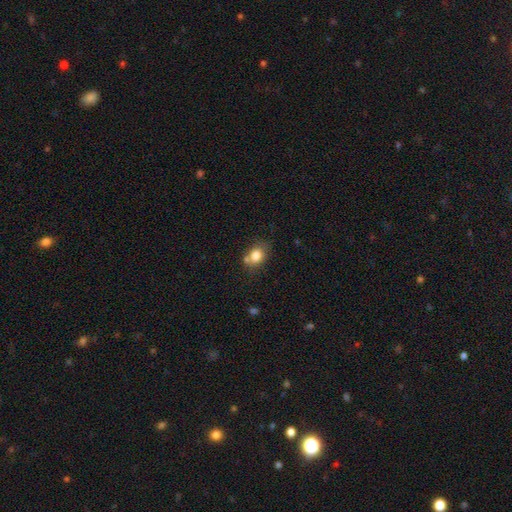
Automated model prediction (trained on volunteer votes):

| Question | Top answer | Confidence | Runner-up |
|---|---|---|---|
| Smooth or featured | smooth | 80% | star or artifact (10%) |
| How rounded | in between | 52% | round (47%) |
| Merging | none | 59% | merger (19%) |